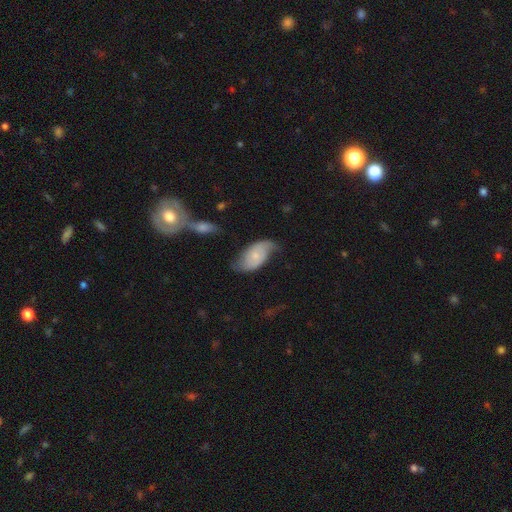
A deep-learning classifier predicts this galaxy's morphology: This appears to be a featured or disk galaxy (56%) with no bar (69%), spiral arms (87%) and a small central bulge (59%). Merging: none (49%).